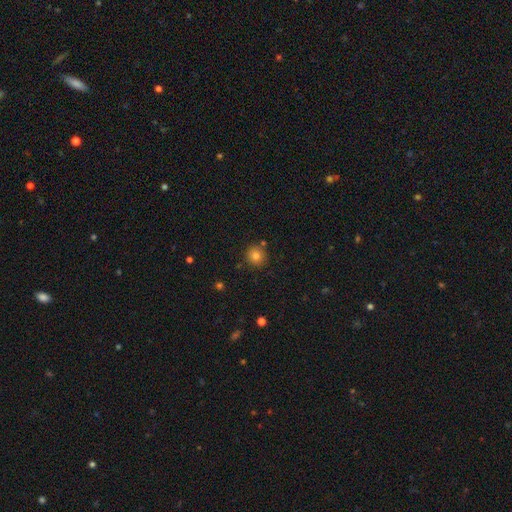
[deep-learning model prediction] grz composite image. It shows a smooth galaxy with no disk features (80%) that is round (91%). Merging: none (84%).